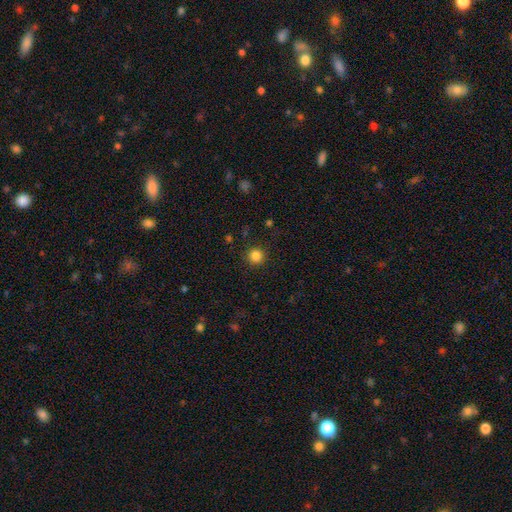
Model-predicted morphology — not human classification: A smooth galaxy with no disk features (84%) that is round (95%). Merging: none (91%).